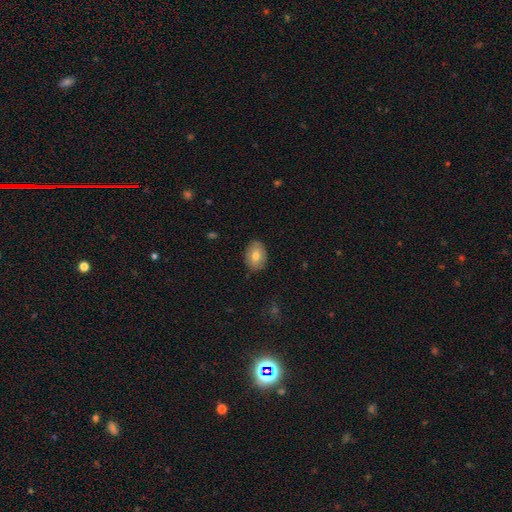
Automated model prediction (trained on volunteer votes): This appears to be a smooth galaxy with no disk features (75%) that is in between round and cigar-shaped (75%). Merging: none (85%).